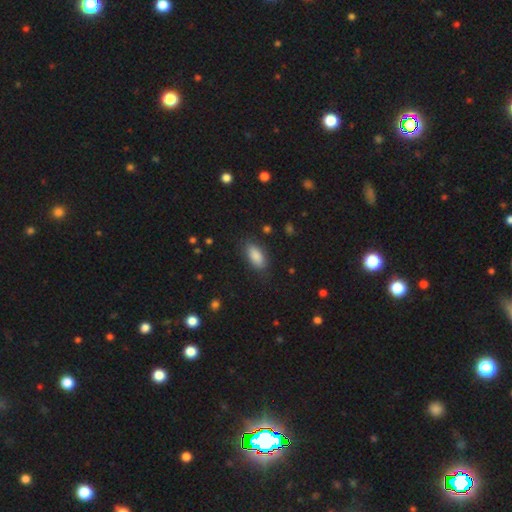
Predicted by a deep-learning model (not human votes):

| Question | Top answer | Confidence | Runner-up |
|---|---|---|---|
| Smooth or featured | smooth | 86% | star or artifact (8%) |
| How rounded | in between | 88% | cigar-shaped (9%) |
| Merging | none | 83% | minor disturbance (12%) |